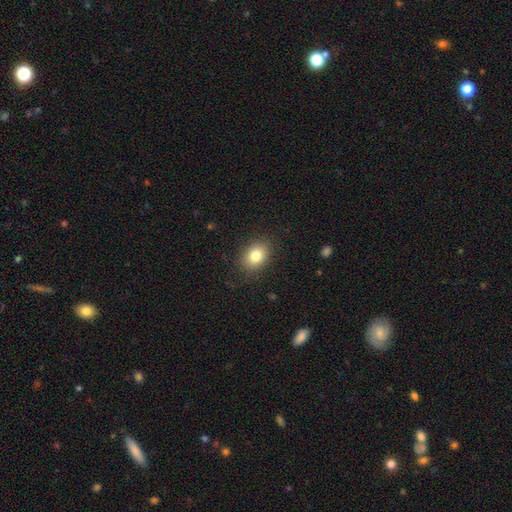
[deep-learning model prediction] Smooth or featured? smooth (81%)
How rounded? in between (59%)
Merging? none (86%)